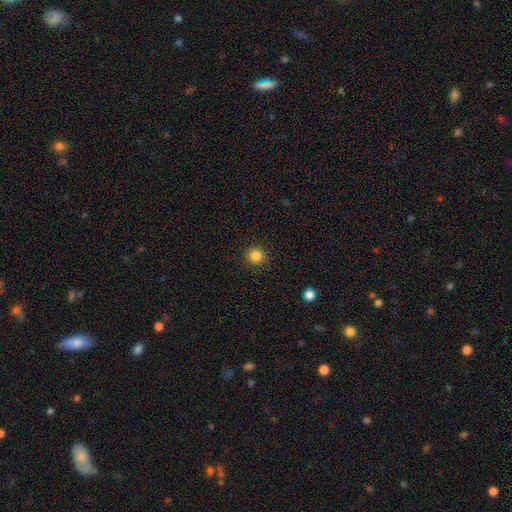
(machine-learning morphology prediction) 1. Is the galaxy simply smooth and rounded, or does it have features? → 85% smooth, 11% star or artifact, 4% featured or disk.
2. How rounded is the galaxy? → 93% round, 6% in between, 1% cigar-shaped.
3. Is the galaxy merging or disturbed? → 91% none, 6% minor disturbance, 2% major disturbance, 1% merger.